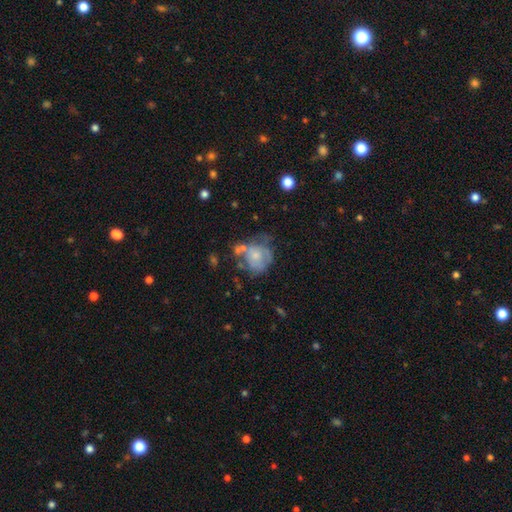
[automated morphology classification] Overall: smooth (46%; featured or disk 45%). Merging: none (32%; major disturbance 27%).